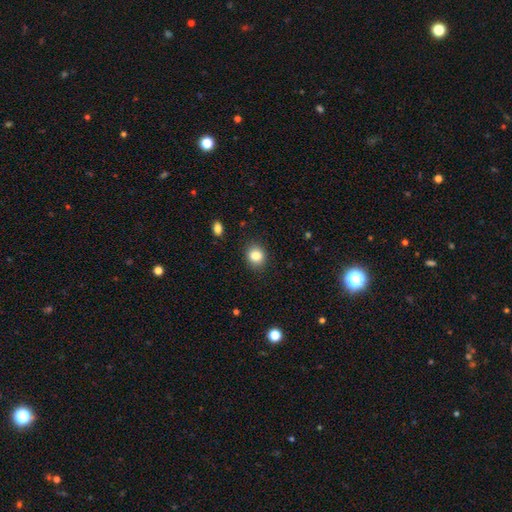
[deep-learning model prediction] Smooth or featured?
  - smooth: 84% *
  - star or artifact: 10%
  - featured or disk: 5%
How rounded?
  - round: 67% *
  - in between: 32%
  - cigar-shaped: 1%
Merging?
  - none: 87% *
  - minor disturbance: 9%
  - major disturbance: 3%
  - merger: 1%